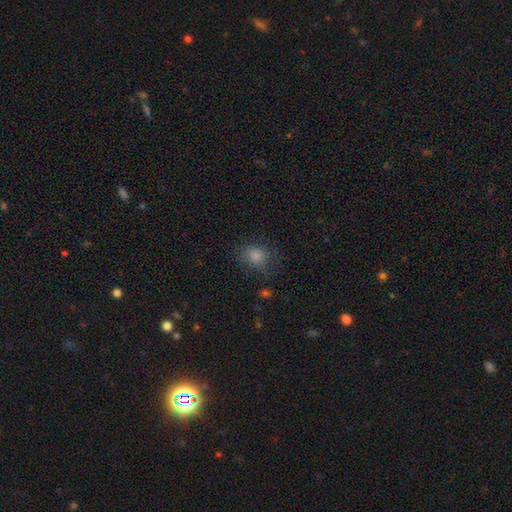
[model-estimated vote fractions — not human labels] A smooth galaxy with no disk features (72%) that is round (60%). Merging: none (66%).